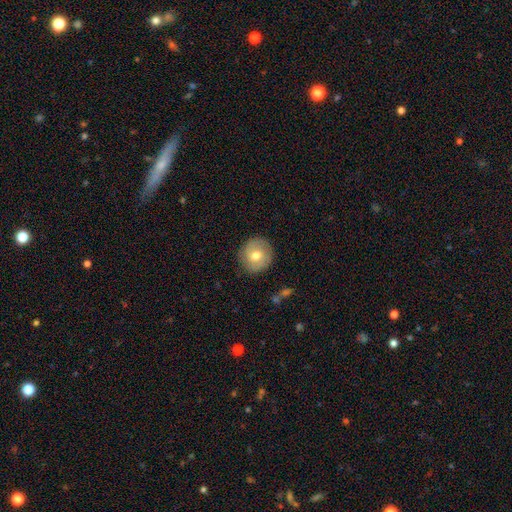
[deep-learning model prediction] This appears to be a smooth galaxy with no disk features (65%) that is round (90%). Merging: none (86%).